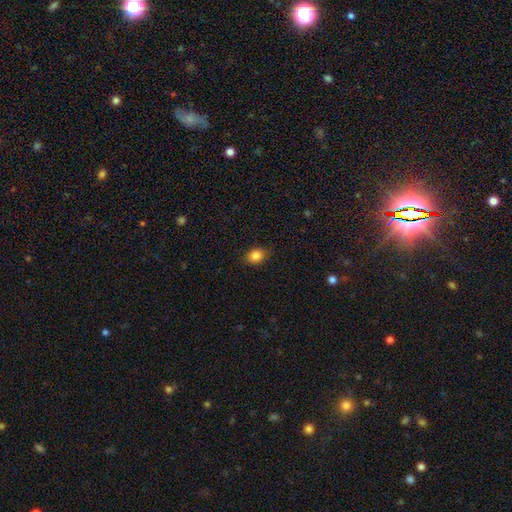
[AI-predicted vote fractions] smooth_or_featured: smooth (p=0.85) [alt: star or artifact p=0.10]
how_rounded: in between (p=0.54) [alt: round p=0.45]
merging: none (p=0.85) [alt: minor disturbance p=0.11]